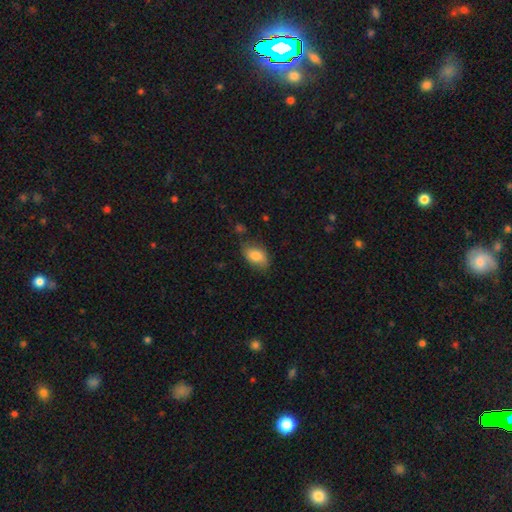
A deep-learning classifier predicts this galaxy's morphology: Smooth or featured? smooth (78%)
How rounded? in between (90%)
Merging? none (69%)